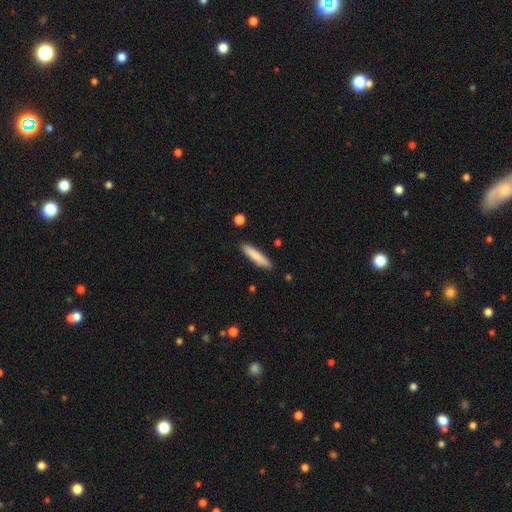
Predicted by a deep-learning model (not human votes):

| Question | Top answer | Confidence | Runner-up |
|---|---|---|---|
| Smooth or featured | smooth | 81% | featured or disk (13%) |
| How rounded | cigar-shaped | 87% | in between (11%) |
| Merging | none | 89% | minor disturbance (8%) |